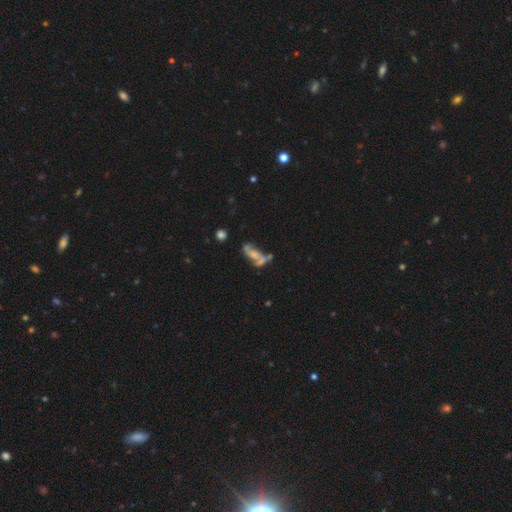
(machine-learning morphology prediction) smooth-or-featured: featured or disk: 60% | smooth: 29% | star or artifact: 11%
  disk-edge-on: no: 90% | yes: 10%
    bar: no: 66% | weak: 25% | strong: 9%
    has-spiral-arms: yes: 65% | no: 35%
    bulge-size: none: 42% | small: 26% | moderate: 22% | large: 8% | dominant: 2%
  merging: none: 32% | merger: 30% | major disturbance: 20% | minor disturbance: 18%